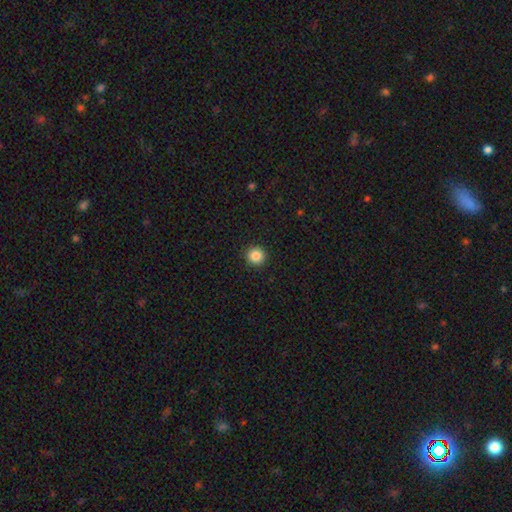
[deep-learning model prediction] Q: Smooth or featured?
A: smooth (86%); runner-up: star or artifact (10%)
Q: How rounded?
A: round (95%); runner-up: in between (4%)
Q: Merging?
A: none (93%); runner-up: minor disturbance (4%)